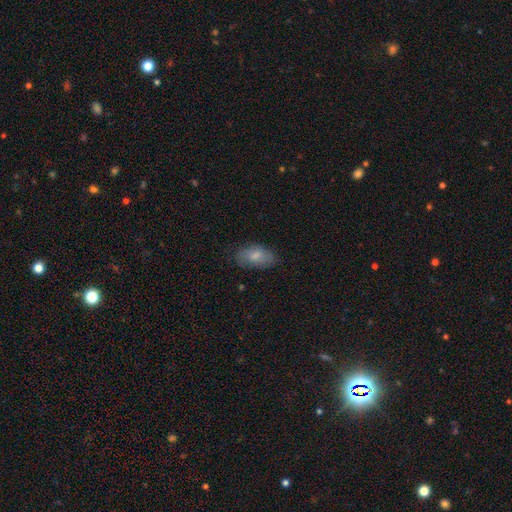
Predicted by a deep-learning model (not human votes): Overall: smooth (75%). How rounded: in between (92%). Merging: none (72%).